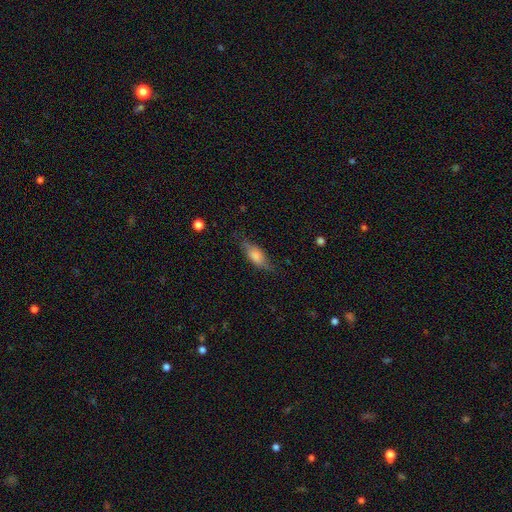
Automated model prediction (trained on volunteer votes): Smooth or featured?
  - smooth: 74% *
  - featured or disk: 19%
  - star or artifact: 7%
How rounded?
  - in between: 75% *
  - cigar-shaped: 22%
  - round: 3%
Merging?
  - none: 68% *
  - minor disturbance: 24%
  - major disturbance: 7%
  - merger: 1%